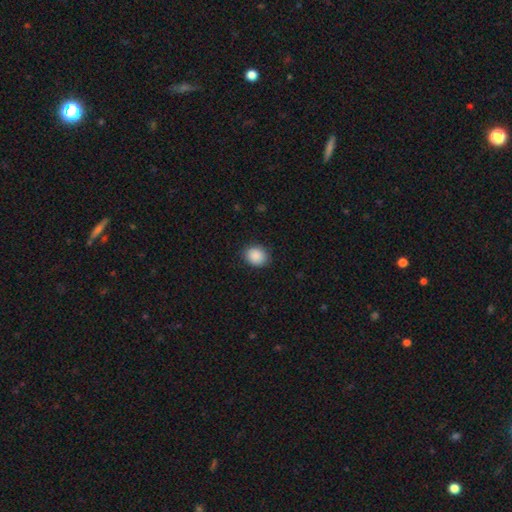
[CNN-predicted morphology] The model was most divided on "how rounded": round: 54%, in between: 45%, cigar-shaped: 1%. More confident: smooth or featured — smooth (89%); merging — none (87%).